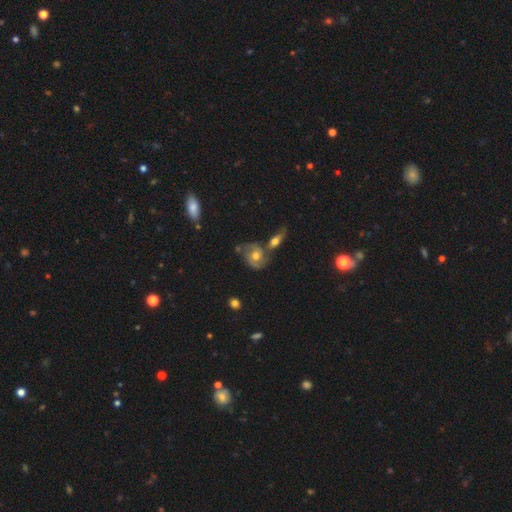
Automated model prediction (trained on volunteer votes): This appears to be a featured or disk galaxy (69%) with no bar (73%), 2 (79%) medium (47%) spiral arms (88%) and a moderate central bulge (72%). Merging: none (48%).